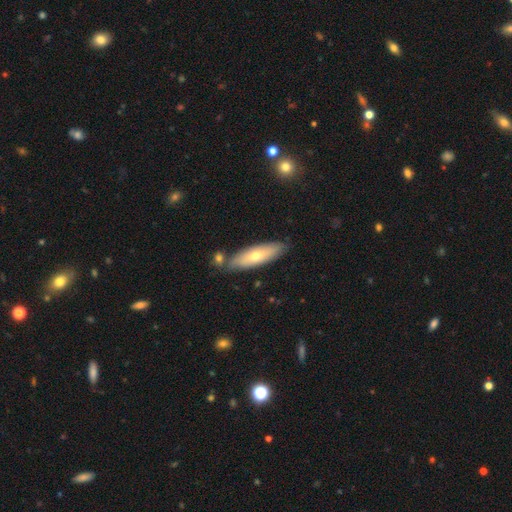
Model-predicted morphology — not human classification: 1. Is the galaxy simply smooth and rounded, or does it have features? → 58% smooth, 36% featured or disk, 6% star or artifact.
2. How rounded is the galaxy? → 54% cigar-shaped, 44% in between, 2% round.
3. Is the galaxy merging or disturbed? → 79% none, 12% minor disturbance, 6% merger, 2% major disturbance.